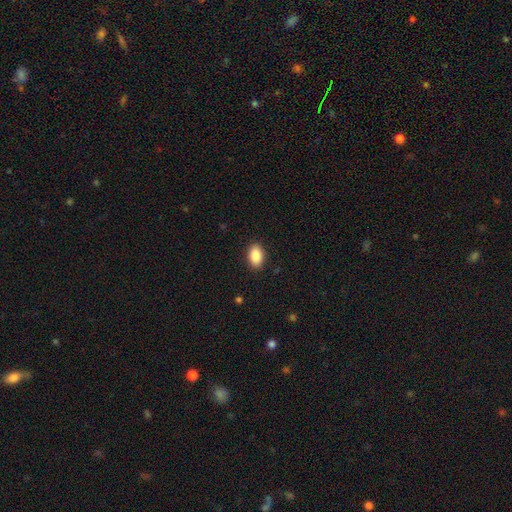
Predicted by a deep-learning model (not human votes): smooth-or-featured: smooth: 88% | star or artifact: 7% | featured or disk: 4%
  how-rounded: in between: 90% | round: 9% | cigar-shaped: 1%
  merging: none: 90% | minor disturbance: 7% | major disturbance: 2% | merger: 1%